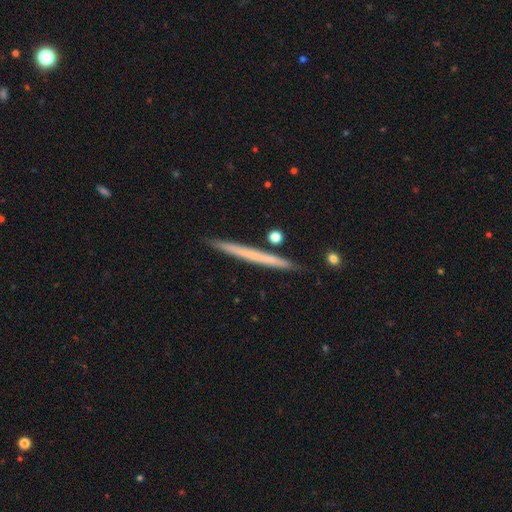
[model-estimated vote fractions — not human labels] Morphology: type=featured or disk (47%); merging=none (90%).